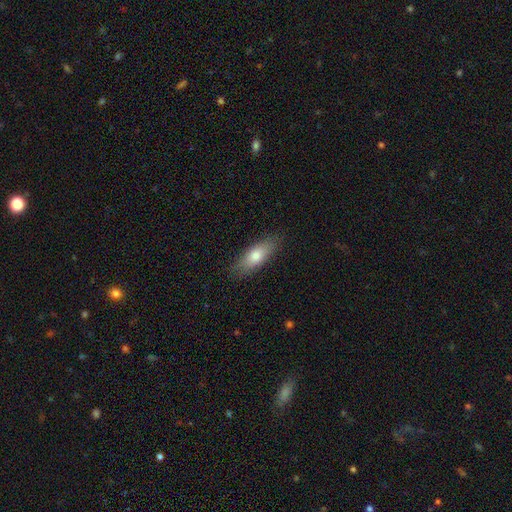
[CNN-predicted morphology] Overall: smooth (74%). How rounded: in between (66%; cigar-shaped 31%). Merging: none (85%).